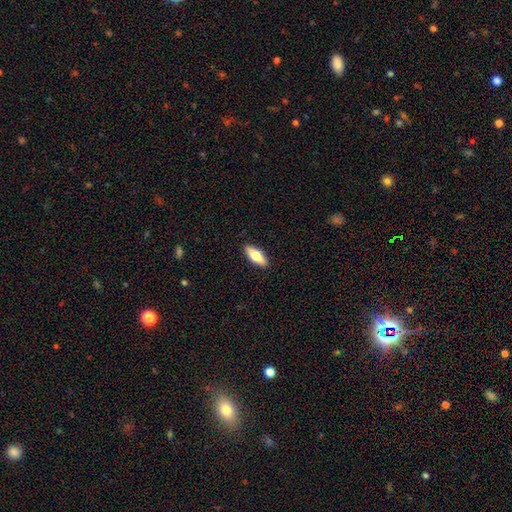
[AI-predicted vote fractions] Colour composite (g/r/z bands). It shows a smooth galaxy with no disk features (68%) that is in between round and cigar-shaped (65%). Merging: none (90%).